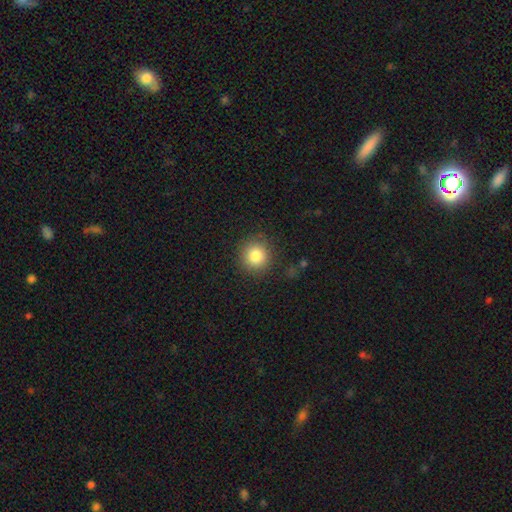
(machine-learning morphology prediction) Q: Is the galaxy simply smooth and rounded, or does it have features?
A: smooth — 82%.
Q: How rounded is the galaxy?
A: round — 92%.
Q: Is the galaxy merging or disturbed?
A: none — 87%.